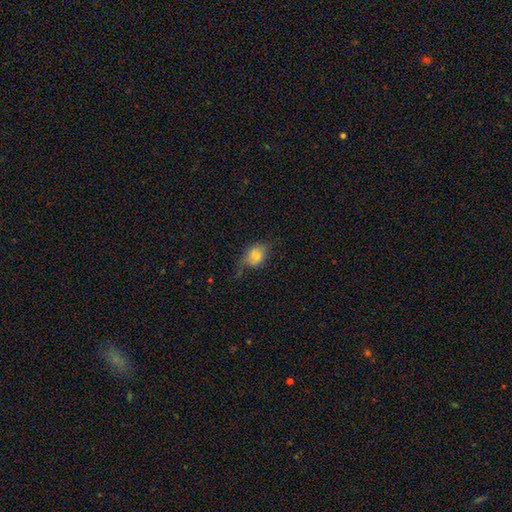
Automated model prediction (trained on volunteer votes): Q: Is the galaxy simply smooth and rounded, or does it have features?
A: smooth — 72%.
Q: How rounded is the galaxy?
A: in between — 63%.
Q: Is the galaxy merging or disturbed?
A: none — 50%.